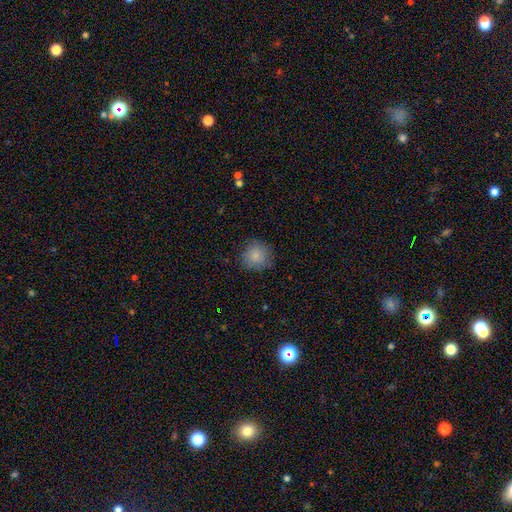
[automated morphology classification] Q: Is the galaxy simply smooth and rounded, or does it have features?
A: smooth — 84%.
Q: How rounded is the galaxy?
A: round — 92%.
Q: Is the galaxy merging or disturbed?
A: none — 83%.